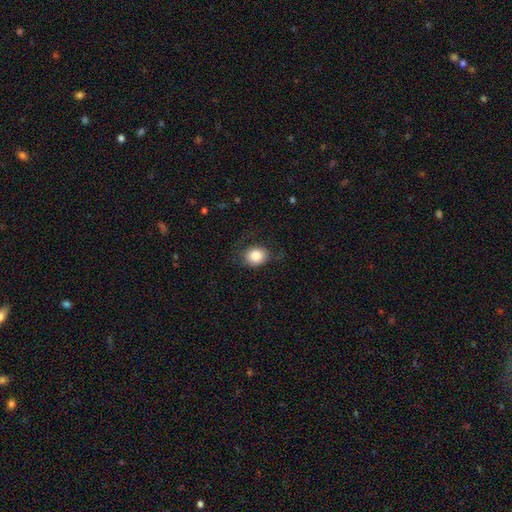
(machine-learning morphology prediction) Smooth or featured: smooth — 82% (featured or disk — 9%)
How rounded: round — 64% (in between — 35%)
Merging: none — 70% (minor disturbance — 19%)